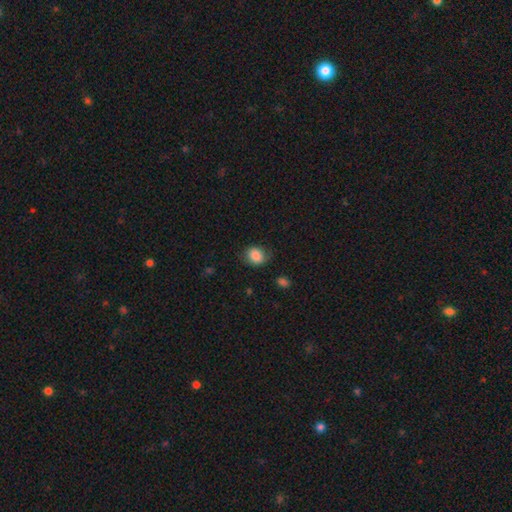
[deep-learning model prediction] Smooth or featured?
  - smooth: 84% *
  - star or artifact: 8%
  - featured or disk: 8%
How rounded?
  - round: 55% *
  - in between: 44%
  - cigar-shaped: 1%
Merging?
  - none: 65% *
  - minor disturbance: 25%
  - major disturbance: 8%
  - merger: 1%